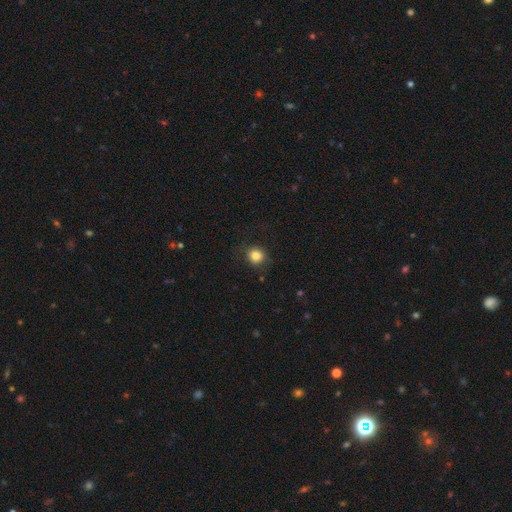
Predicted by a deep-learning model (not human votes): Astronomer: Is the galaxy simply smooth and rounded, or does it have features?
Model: smooth — 83%.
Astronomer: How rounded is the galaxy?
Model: round — 88%.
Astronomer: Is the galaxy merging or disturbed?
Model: none — 84%.